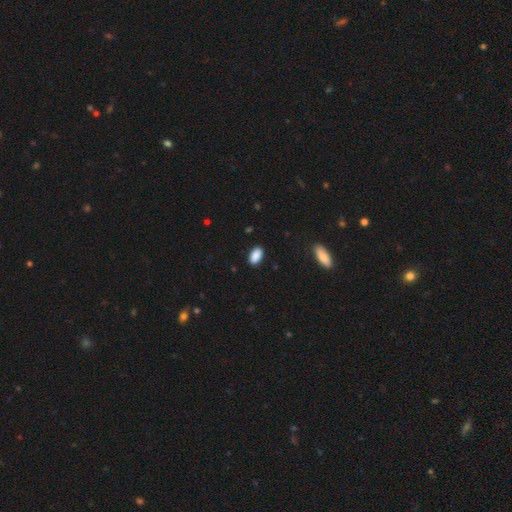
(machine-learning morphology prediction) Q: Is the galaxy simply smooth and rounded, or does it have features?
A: smooth — 90%.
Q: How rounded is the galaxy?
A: in between — 93%.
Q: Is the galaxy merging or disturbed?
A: none — 88%.